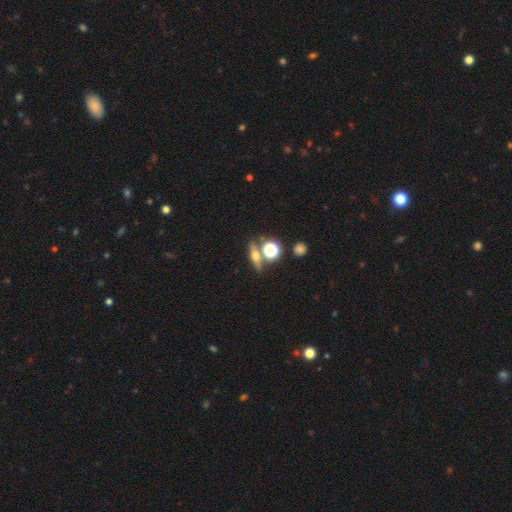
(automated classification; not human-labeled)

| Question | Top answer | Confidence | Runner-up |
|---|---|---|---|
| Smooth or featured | featured or disk | 45% | smooth (37%) |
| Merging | none | 72% | merger (15%) |